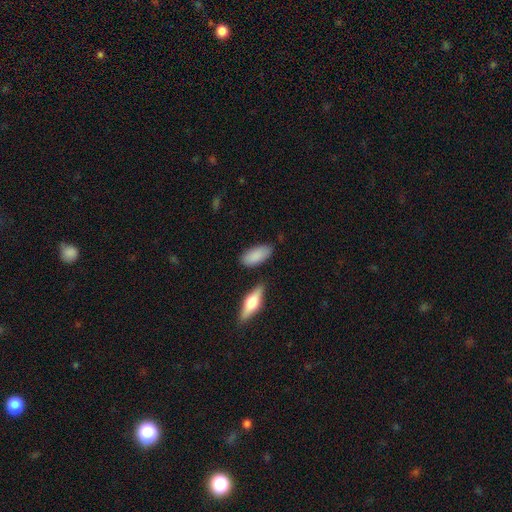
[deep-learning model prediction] Q: Smooth or featured?
A: smooth (86%); runner-up: featured or disk (8%)
Q: How rounded?
A: in between (88%); runner-up: cigar-shaped (10%)
Q: Merging?
A: none (78%); runner-up: minor disturbance (15%)